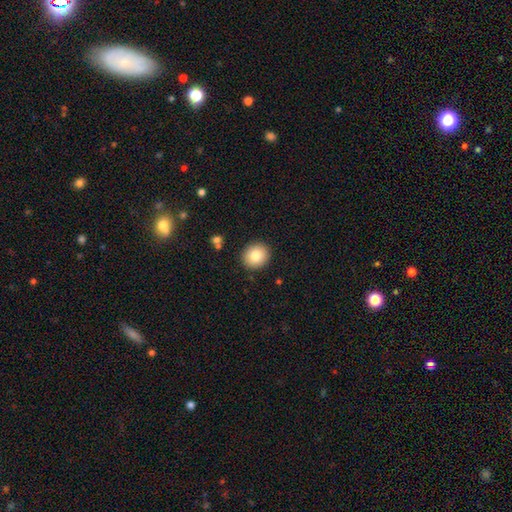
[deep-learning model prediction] A smooth galaxy with no disk features (80%) that is round (83%).

Vote fractions:
- Smooth or featured? smooth: 80% / featured or disk: 11% / star or artifact: 9%
- How rounded? round: 83% / in between: 16% / cigar-shaped: 1%
- Merging? none: 90% / minor disturbance: 6% / major disturbance: 2% / merger: 1%